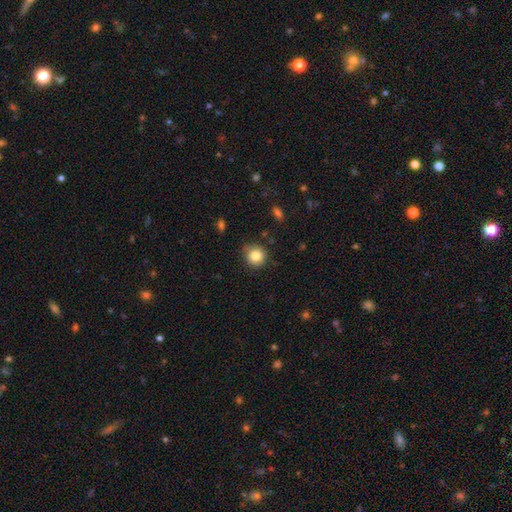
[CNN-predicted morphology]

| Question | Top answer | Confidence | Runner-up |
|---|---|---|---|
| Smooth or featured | smooth | 83% | star or artifact (10%) |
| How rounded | round | 89% | in between (10%) |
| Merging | none | 80% | minor disturbance (15%) |